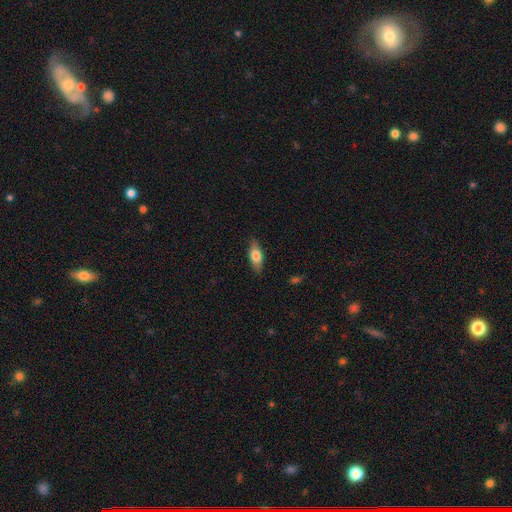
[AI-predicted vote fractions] This appears to be a smooth galaxy with no disk features (70%) that is in between round and cigar-shaped (75%). Merging: none (85%).